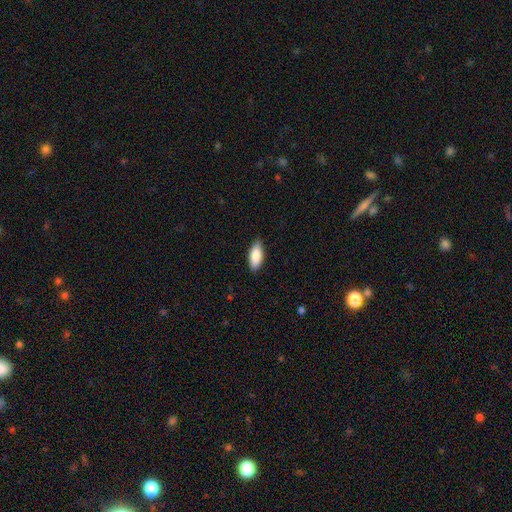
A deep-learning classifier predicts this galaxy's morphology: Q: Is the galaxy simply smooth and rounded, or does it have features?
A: smooth — 85%.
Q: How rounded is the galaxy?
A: in between — 84%.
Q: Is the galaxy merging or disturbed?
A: none — 86%.